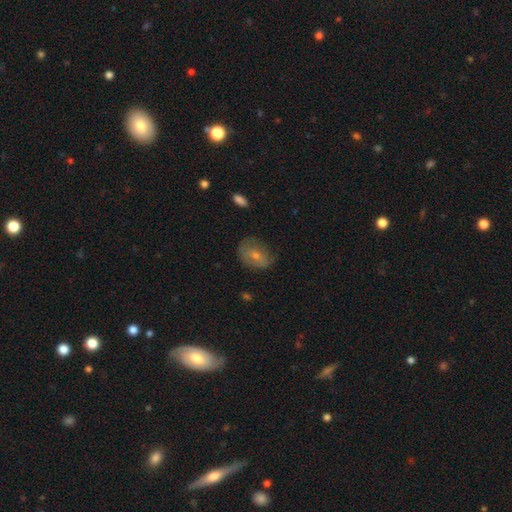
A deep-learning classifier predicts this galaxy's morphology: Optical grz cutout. It shows a smooth galaxy with no disk features (59%) that is in between round and cigar-shaped (69%). Merging: none (58%).